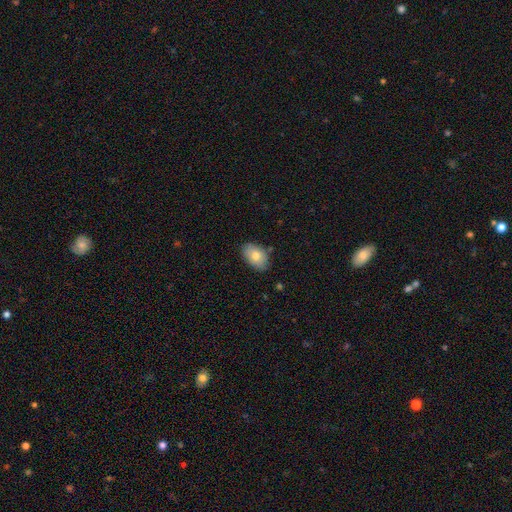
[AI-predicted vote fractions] Morphology: type=smooth (77%); roundness=in between (89%); merging=none (80%).